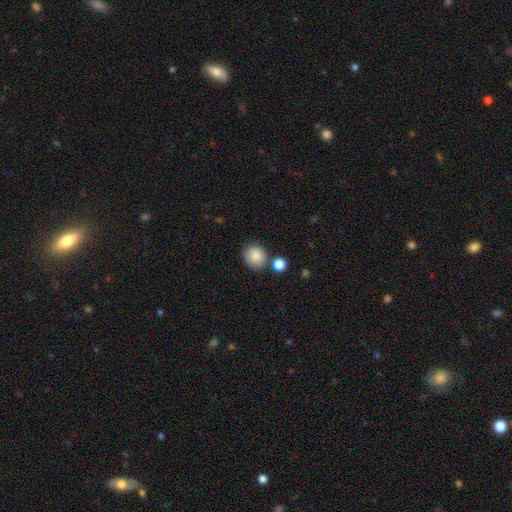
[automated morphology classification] This is clearly a smooth galaxy (86%). How rounded: clearly round (84%). Merging: likely none (74%).